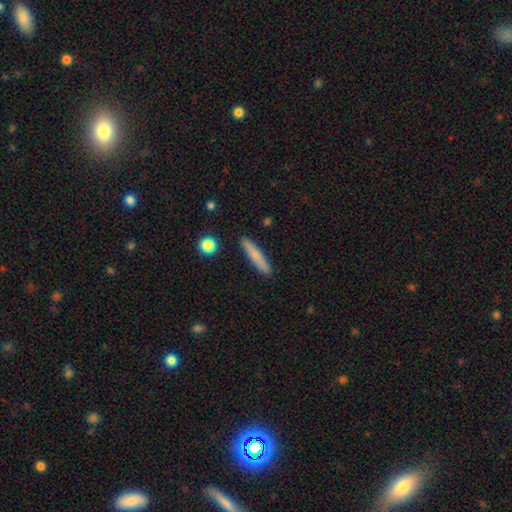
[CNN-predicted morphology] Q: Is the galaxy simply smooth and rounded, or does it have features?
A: smooth — 75%.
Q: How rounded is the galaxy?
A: cigar-shaped — 91%.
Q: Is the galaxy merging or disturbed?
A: none — 89%.